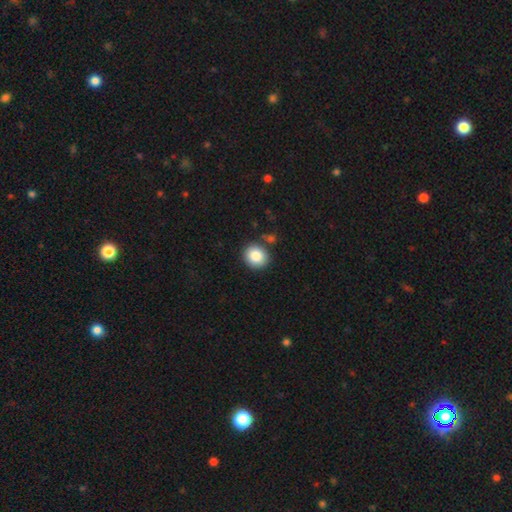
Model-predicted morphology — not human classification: smooth_or_featured: smooth (p=0.86) [alt: star or artifact p=0.08]
how_rounded: round (p=0.81) [alt: in between p=0.18]
merging: none (p=0.85) [alt: minor disturbance p=0.08]